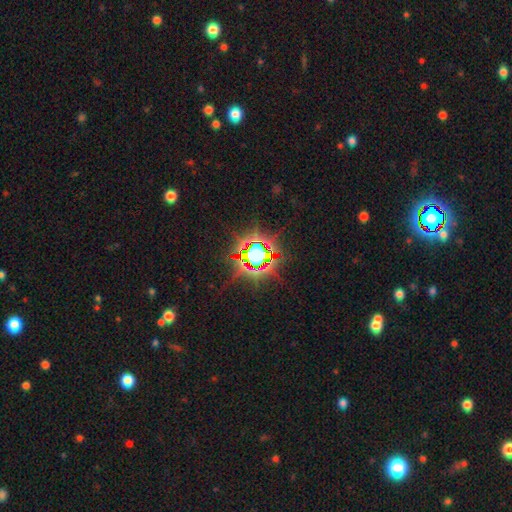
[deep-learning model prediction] Smooth or featured? star or artifact (76%)